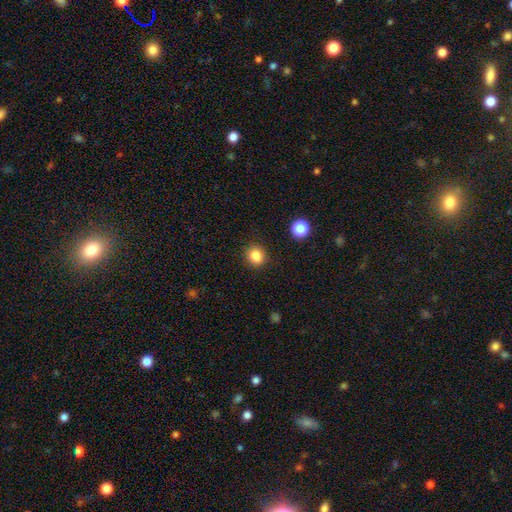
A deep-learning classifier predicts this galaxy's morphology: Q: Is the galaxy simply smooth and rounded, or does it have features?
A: smooth — 85%.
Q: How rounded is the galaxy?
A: round — 77%.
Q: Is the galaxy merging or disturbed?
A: none — 89%.